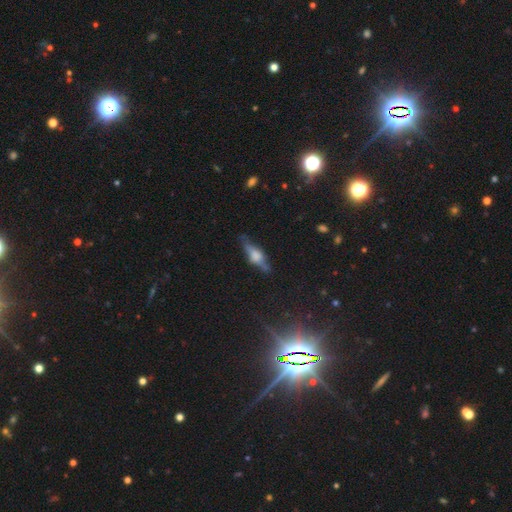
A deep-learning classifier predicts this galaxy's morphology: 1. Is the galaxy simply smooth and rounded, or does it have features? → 57% featured or disk, 34% smooth, 9% star or artifact.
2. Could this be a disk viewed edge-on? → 92% yes, 8% no.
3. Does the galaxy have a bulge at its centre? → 76% rounded, 20% boxy, 4% none.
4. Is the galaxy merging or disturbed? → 73% none, 19% minor disturbance, 6% major disturbance, 2% merger.